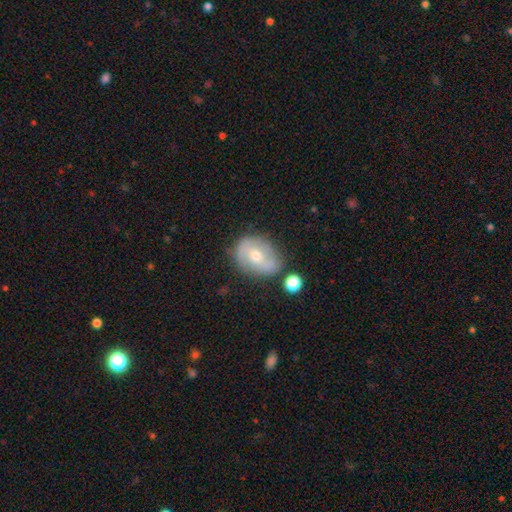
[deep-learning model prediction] Smooth or featured? Predicted: featured or disk (p=0.57). Edge-on disk? Predicted: no (p=0.94). Bar? Predicted: no (p=0.42). Spiral arms? Predicted: yes (p=0.65). Bulge size? Predicted: moderate (p=0.61). Merging? Predicted: none (p=0.69).